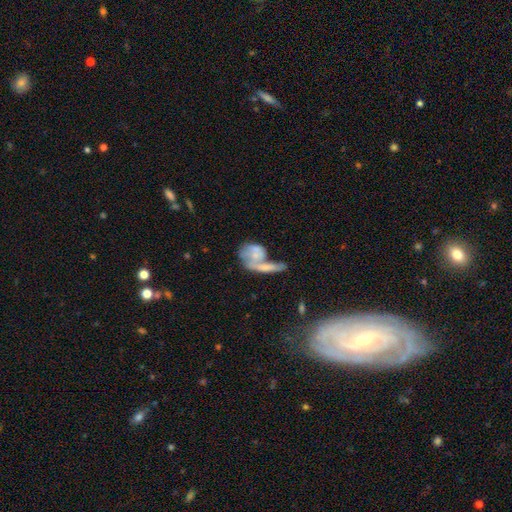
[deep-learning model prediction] smooth_or_featured: smooth (p=0.48) [alt: featured or disk p=0.44]
merging: merger (p=0.55) [alt: none p=0.21]